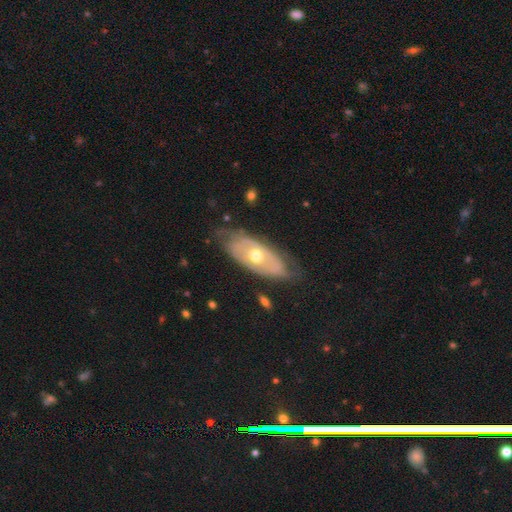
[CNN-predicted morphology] Overall: featured or disk (67%; smooth 28%). Edge-on disk: no (84%). Bar: no (87%). Spiral arms: no (65%; yes 35%). Bulge size: moderate (77%). Merging: none (68%).